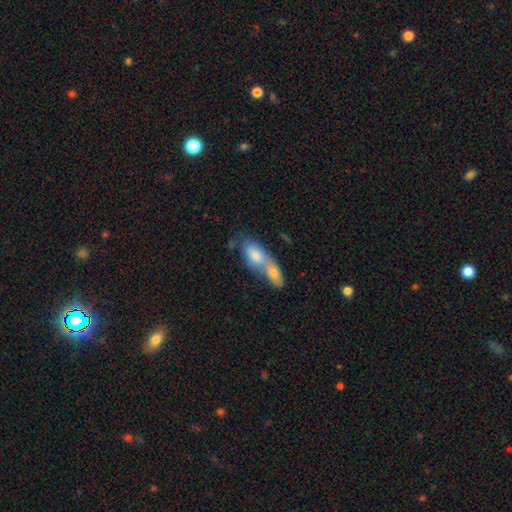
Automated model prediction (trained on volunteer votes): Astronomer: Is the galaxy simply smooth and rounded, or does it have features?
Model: smooth — 69%.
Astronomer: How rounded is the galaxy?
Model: in between — 77%.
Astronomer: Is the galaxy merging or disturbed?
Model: merger — 71%.